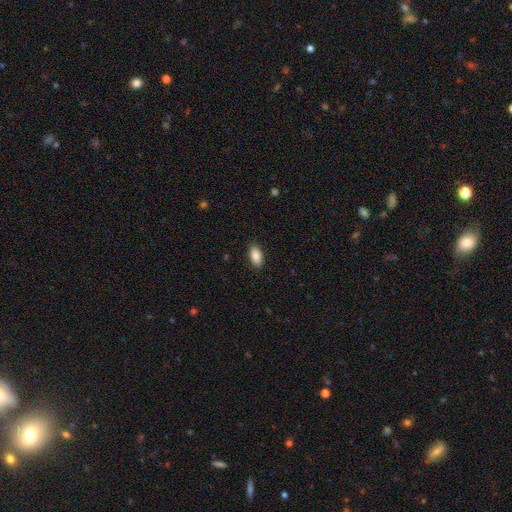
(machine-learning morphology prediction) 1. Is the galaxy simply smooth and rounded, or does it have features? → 88% smooth, 7% star or artifact, 5% featured or disk.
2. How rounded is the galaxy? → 92% in between, 4% cigar-shaped, 3% round.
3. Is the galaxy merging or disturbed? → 89% none, 8% minor disturbance, 2% major disturbance, 1% merger.